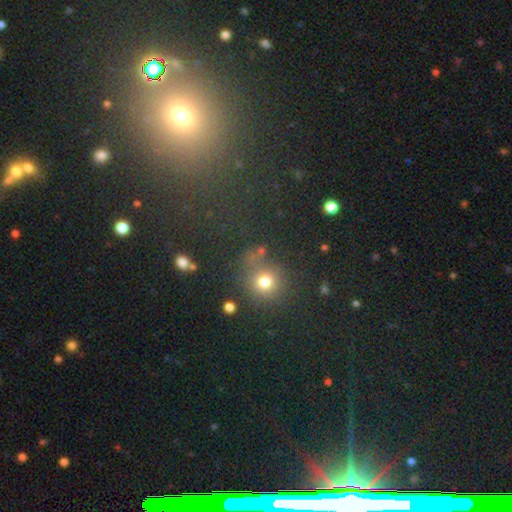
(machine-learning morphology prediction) Smooth or featured?
  - smooth: 68% *
  - star or artifact: 24%
  - featured or disk: 8%
How rounded?
  - round: 91% *
  - in between: 8%
  - cigar-shaped: 1%
Merging?
  - none: 79% *
  - minor disturbance: 9%
  - merger: 7%
  - major disturbance: 4%